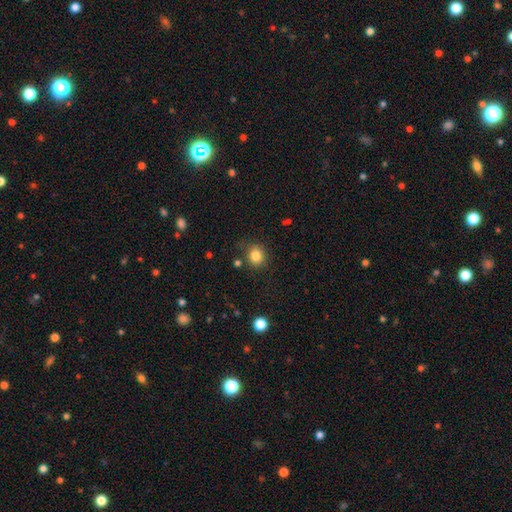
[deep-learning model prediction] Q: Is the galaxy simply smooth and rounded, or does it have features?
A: smooth — 83%.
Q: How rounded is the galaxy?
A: round — 79%.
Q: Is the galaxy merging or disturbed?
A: none — 82%.